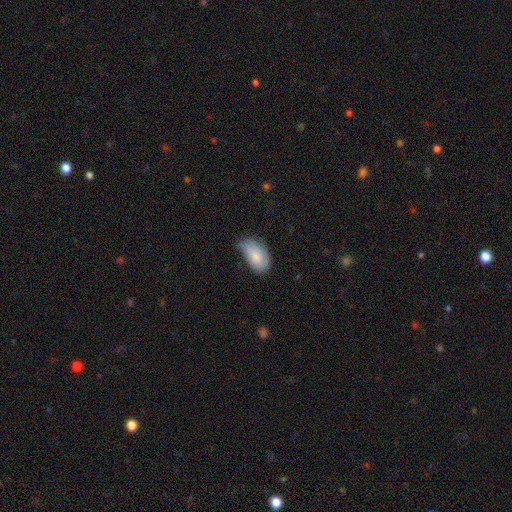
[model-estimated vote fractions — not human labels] Smooth or featured?
  - smooth: 79% *
  - featured or disk: 15%
  - star or artifact: 6%
How rounded?
  - in between: 94% *
  - round: 4%
  - cigar-shaped: 2%
Merging?
  - minor disturbance: 45% *
  - none: 40%
  - major disturbance: 13%
  - merger: 3%